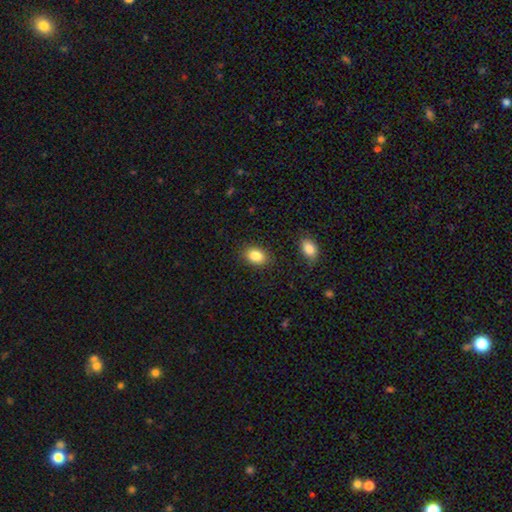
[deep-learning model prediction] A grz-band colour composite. It shows a smooth galaxy with no disk features (85%) that is in between round and cigar-shaped (74%). Merging: none (86%).